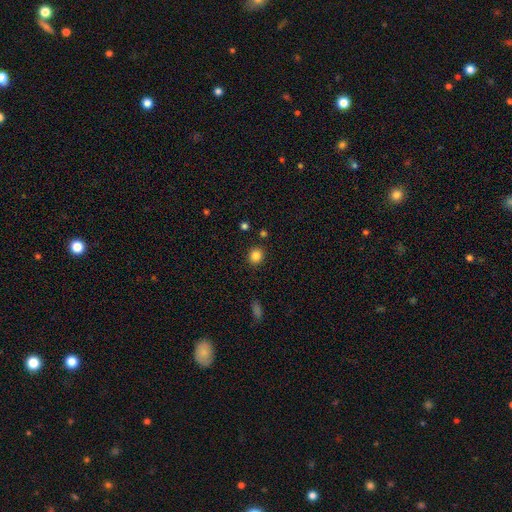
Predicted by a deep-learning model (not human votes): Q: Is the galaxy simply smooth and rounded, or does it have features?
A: smooth — 85%.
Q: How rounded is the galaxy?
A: round — 81%.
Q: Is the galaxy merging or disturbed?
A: none — 88%.